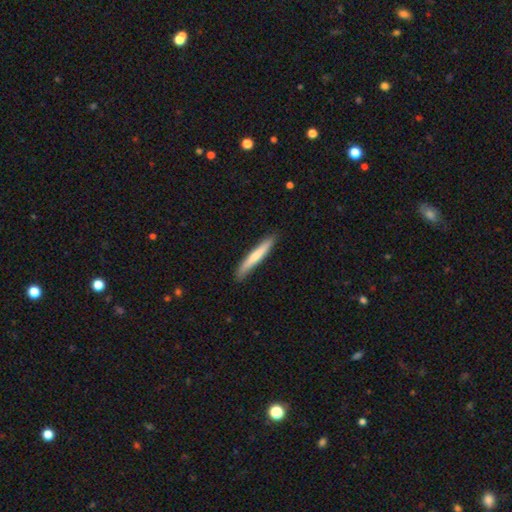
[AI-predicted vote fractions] Smooth or featured? Predicted: smooth (p=0.67). How rounded? Predicted: cigar-shaped (p=0.95). Merging? Predicted: none (p=0.88).